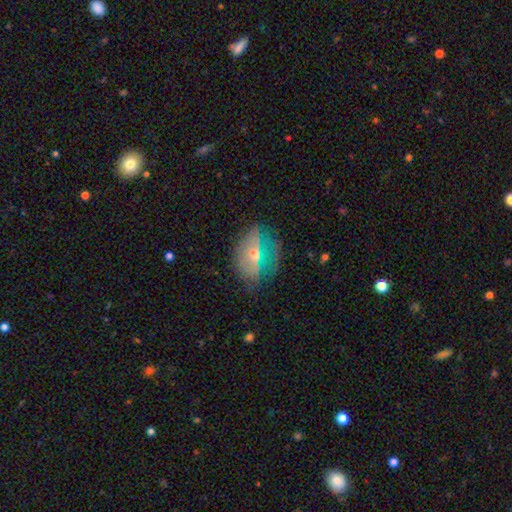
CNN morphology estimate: Smooth or featured? Predicted: featured or disk (p=0.44). Merging? Predicted: none (p=0.61).